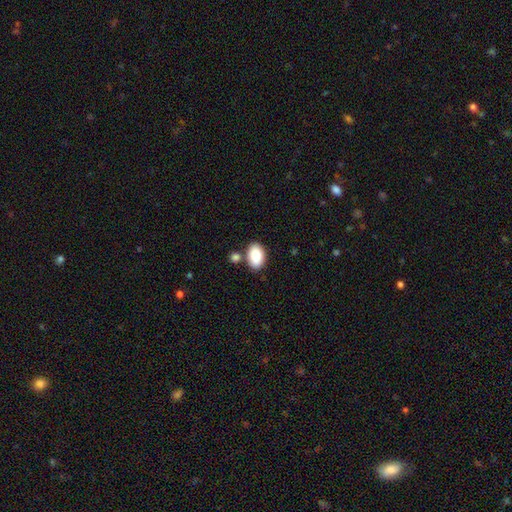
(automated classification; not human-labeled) Smooth or featured? smooth (87%)
How rounded? in between (91%)
Merging? none (74%)